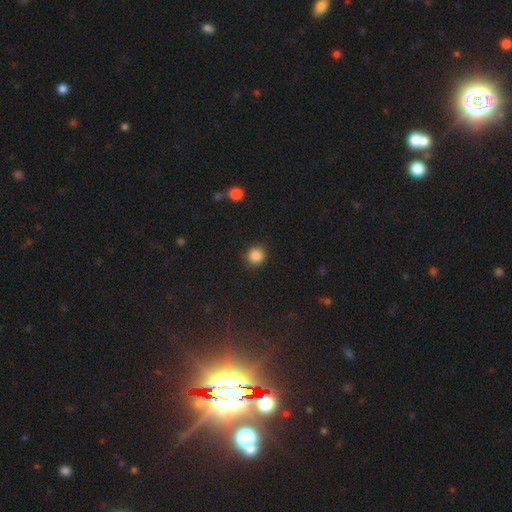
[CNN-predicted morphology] This appears to be a smooth galaxy with no disk features (86%) that is round (88%). Merging: none (88%).